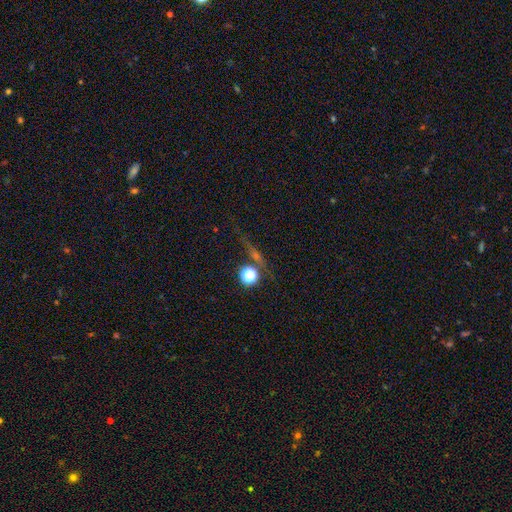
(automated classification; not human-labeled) This is possibly a star or artifact rather than a galaxy (50%).